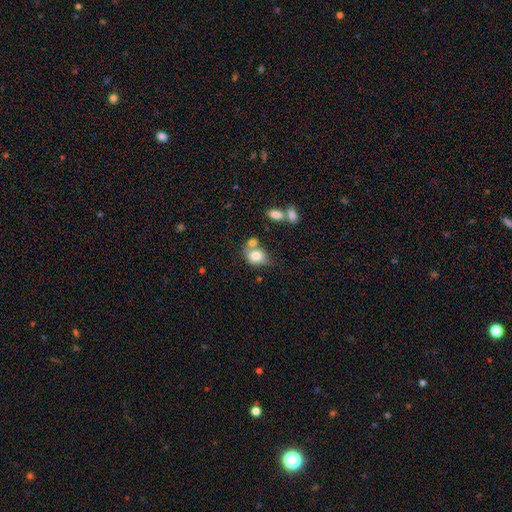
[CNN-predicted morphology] Smooth or featured? Predicted: smooth (p=0.77). How rounded? Predicted: in between (p=0.56). Merging? Predicted: none (p=0.38).